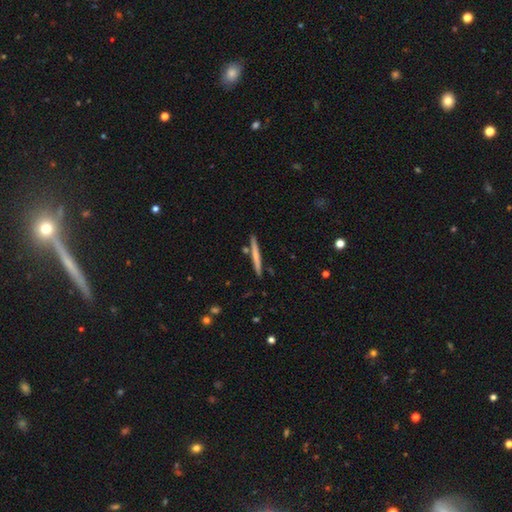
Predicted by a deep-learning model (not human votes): Smooth or featured: smooth — 57% (featured or disk — 38%)
How rounded: cigar-shaped — 97% (in between — 2%)
Merging: none — 87% (minor disturbance — 7%)